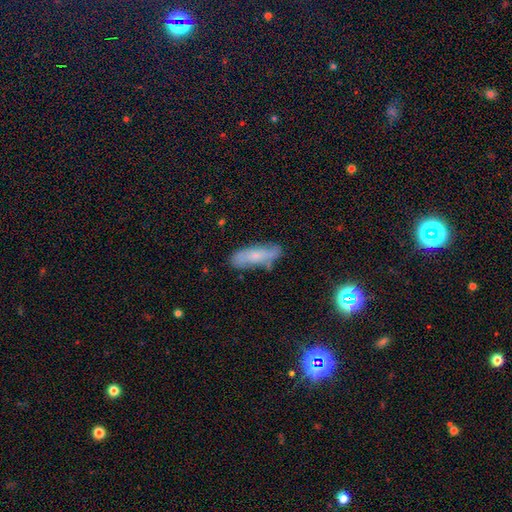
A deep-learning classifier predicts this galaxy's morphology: Smooth or featured? Predicted: smooth (p=0.52). How rounded? Predicted: cigar-shaped (p=0.50). Merging? Predicted: none (p=0.70).